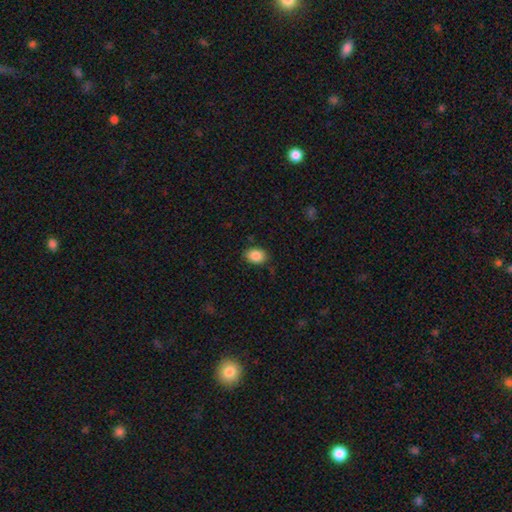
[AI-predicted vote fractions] Smooth or featured: smooth — 87% (star or artifact — 8%)
How rounded: in between — 72% (round — 27%)
Merging: none — 83% (minor disturbance — 12%)